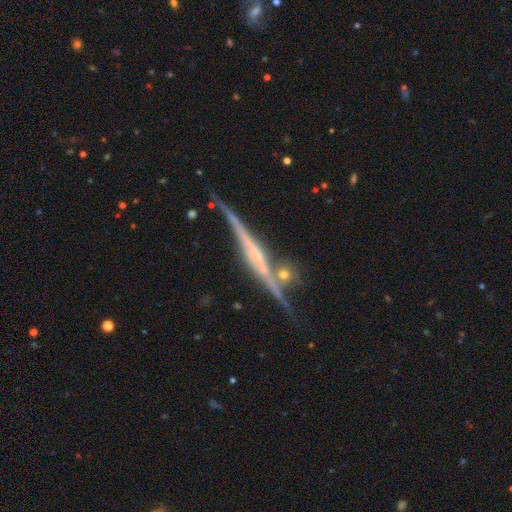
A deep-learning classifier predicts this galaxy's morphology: A featured or disk galaxy (81%) viewed edge-on (96%) with no central bulge (49%). Merging: none (68%).